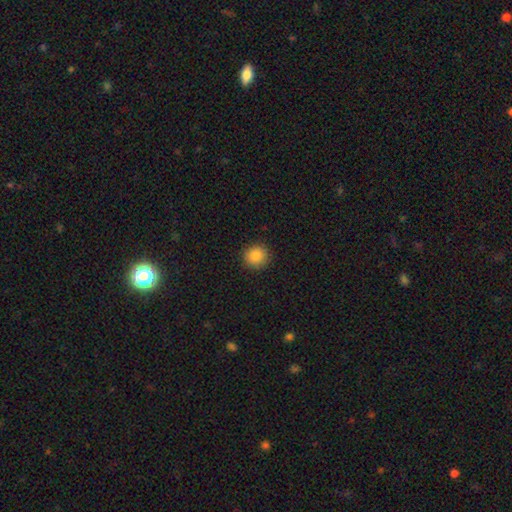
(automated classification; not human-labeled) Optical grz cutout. It shows a smooth galaxy with no disk features (85%) that is round (91%). Merging: none (91%).